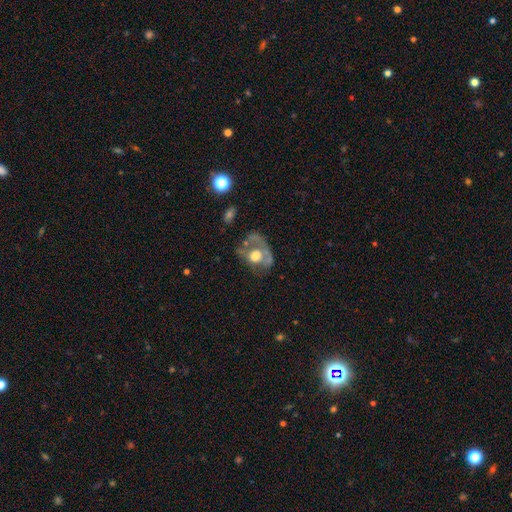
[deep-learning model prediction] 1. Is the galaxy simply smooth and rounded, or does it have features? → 56% featured or disk, 35% smooth, 9% star or artifact.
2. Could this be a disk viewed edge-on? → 96% no, 4% yes.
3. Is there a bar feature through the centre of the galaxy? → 86% no, 11% weak, 3% strong.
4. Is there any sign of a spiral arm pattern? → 73% no, 27% yes.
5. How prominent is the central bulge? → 44% moderate, 42% large, 6% small, 4% none, 4% dominant.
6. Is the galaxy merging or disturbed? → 42% major disturbance, 31% none, 20% minor disturbance, 7% merger.